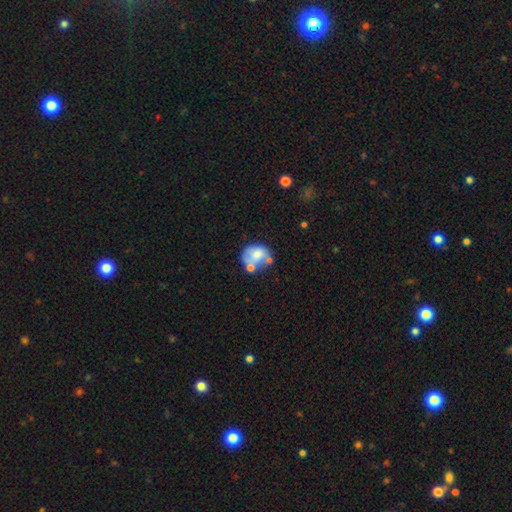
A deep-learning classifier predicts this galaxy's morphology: The model was most divided on "how rounded": round: 51%, in between: 49%, cigar-shaped: 1%. Remaining: smooth or featured — smooth (64%); merging — none (37%).